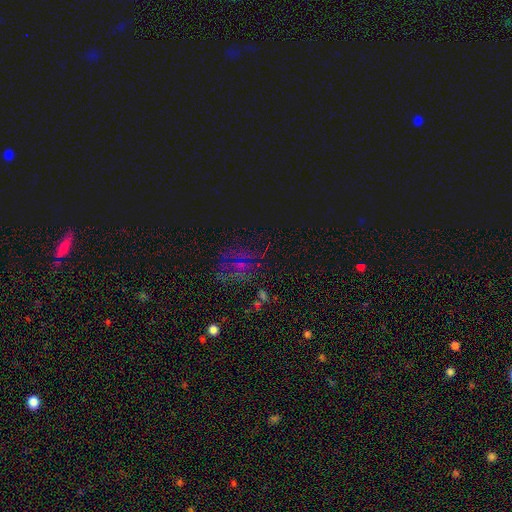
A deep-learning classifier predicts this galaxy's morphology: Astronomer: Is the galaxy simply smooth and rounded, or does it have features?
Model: star or artifact — 63%.